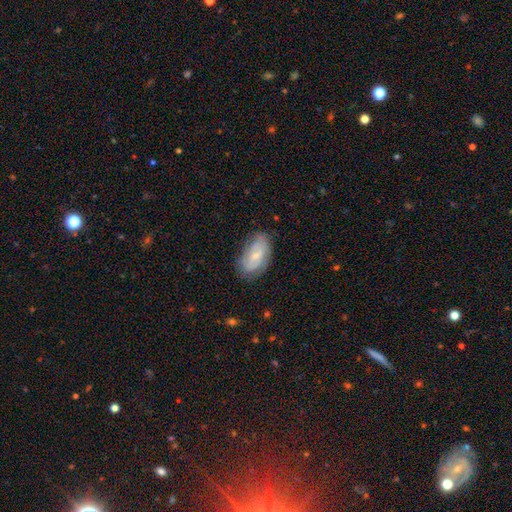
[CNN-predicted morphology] This is possibly a featured or disk galaxy (46%, tied with smooth). Merging: likely none (71%).